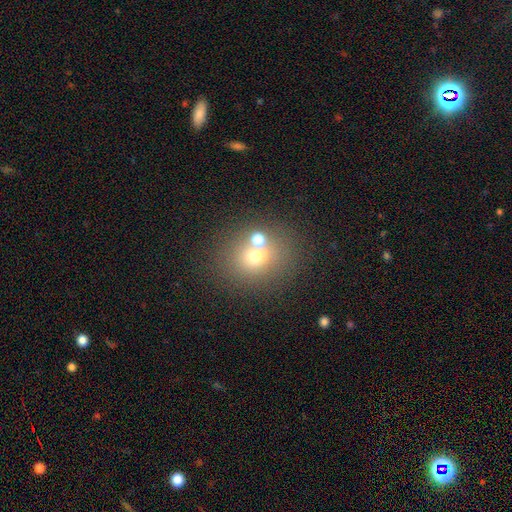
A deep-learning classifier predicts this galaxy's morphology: Smooth or featured?
  - smooth: 65% *
  - star or artifact: 19%
  - featured or disk: 16%
How rounded?
  - round: 74% *
  - in between: 25%
  - cigar-shaped: 1%
Merging?
  - none: 61% *
  - merger: 26%
  - minor disturbance: 9%
  - major disturbance: 4%